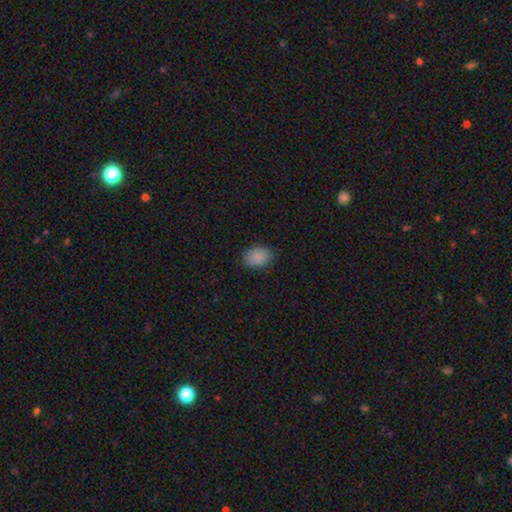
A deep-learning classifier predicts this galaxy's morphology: smooth 88%, star or artifact 8%, featured or disk 3%. Down the decision tree: how rounded — in between (78%); merging — none (85%).